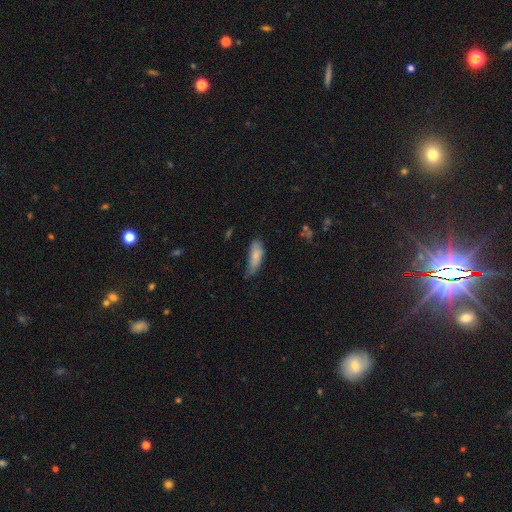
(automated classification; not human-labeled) Smooth or featured?
  - smooth: 76% *
  - featured or disk: 17%
  - star or artifact: 7%
How rounded?
  - in between: 69% *
  - cigar-shaped: 29%
  - round: 2%
Merging?
  - none: 45% *
  - minor disturbance: 41%
  - major disturbance: 11%
  - merger: 3%